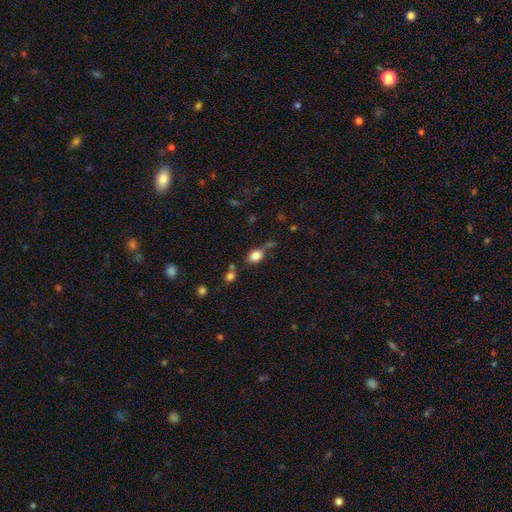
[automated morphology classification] Q: Smooth or featured?
A: smooth (82%); runner-up: star or artifact (10%)
Q: How rounded?
A: in between (68%); runner-up: round (30%)
Q: Merging?
A: none (62%); runner-up: minor disturbance (18%)